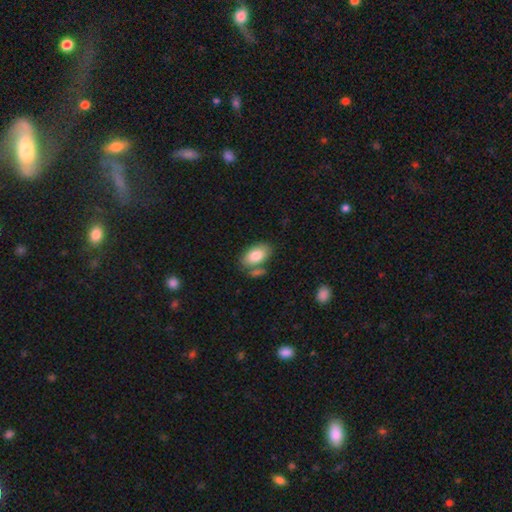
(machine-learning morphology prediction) Smooth or featured?
  - smooth: 82% *
  - featured or disk: 12%
  - star or artifact: 6%
How rounded?
  - in between: 93% *
  - round: 5%
  - cigar-shaped: 2%
Merging?
  - none: 64% *
  - merger: 18%
  - minor disturbance: 14%
  - major disturbance: 4%